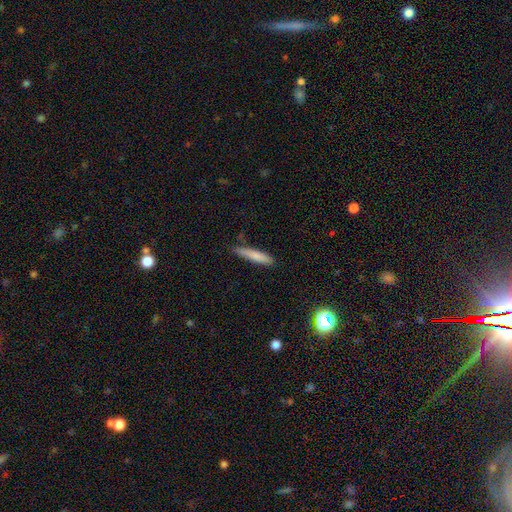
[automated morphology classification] Smooth or featured? Predicted: smooth (p=0.77). How rounded? Predicted: cigar-shaped (p=0.88). Merging? Predicted: none (p=0.78).